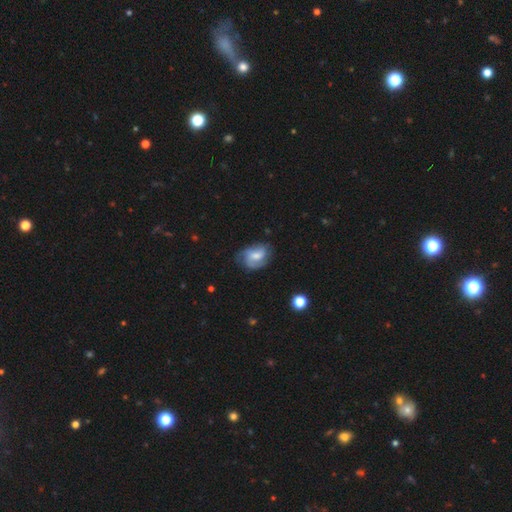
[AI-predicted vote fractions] This is possibly a featured or disk galaxy (53%). It is clearly not viewed edge-on (96%). Bar: possibly weak (45%). Spiral arm pattern: clearly yes (83%). Central bulge: possibly moderate (50%). Merging: possibly none (60%).